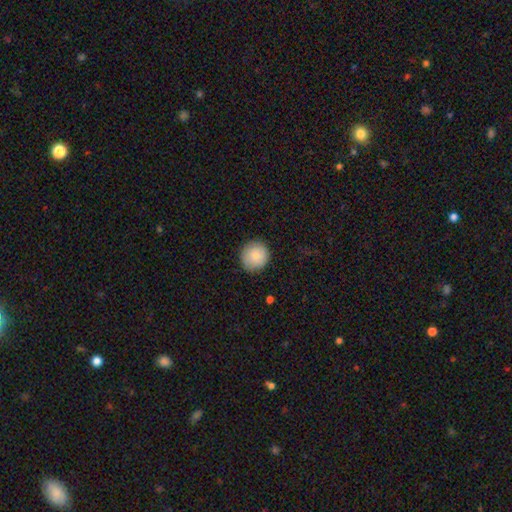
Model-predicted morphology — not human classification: Smooth or featured: smooth — 85% (featured or disk — 7%)
How rounded: round — 92% (in between — 7%)
Merging: none — 89% (minor disturbance — 8%)